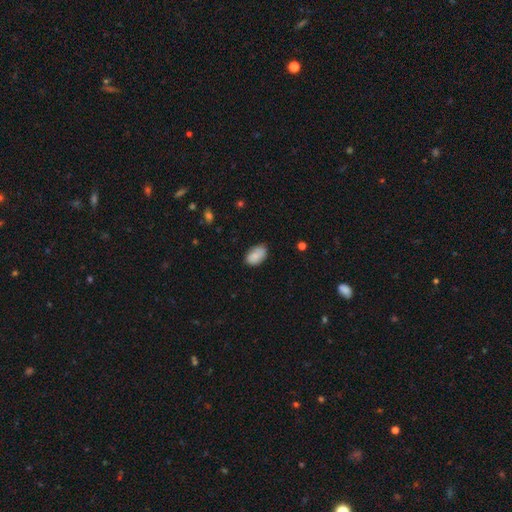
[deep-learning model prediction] Morphology: type=smooth (83%); roundness=in between (91%); merging=none (72%).